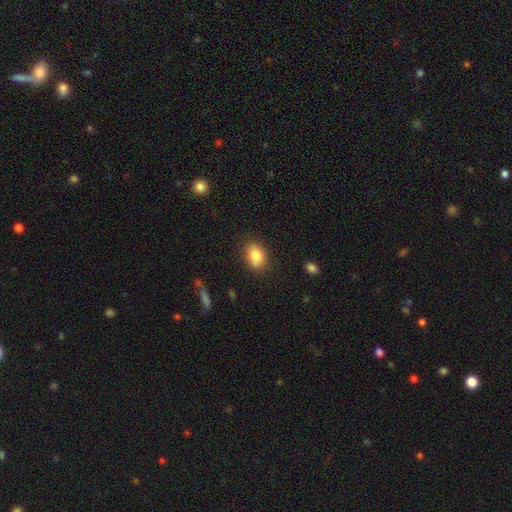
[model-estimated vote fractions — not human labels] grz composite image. It shows a smooth galaxy with no disk features (81%) that is in between round and cigar-shaped (67%). Merging: none (73%).